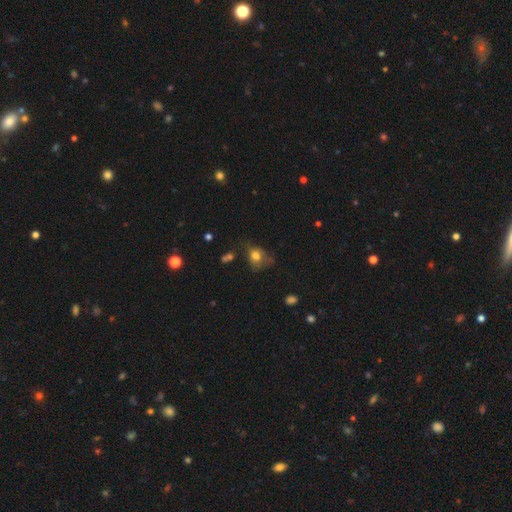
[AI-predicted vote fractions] Smooth or featured: smooth — 72% (featured or disk — 15%)
How rounded: round — 51% (in between — 48%)
Merging: none — 39% (minor disturbance — 29%)